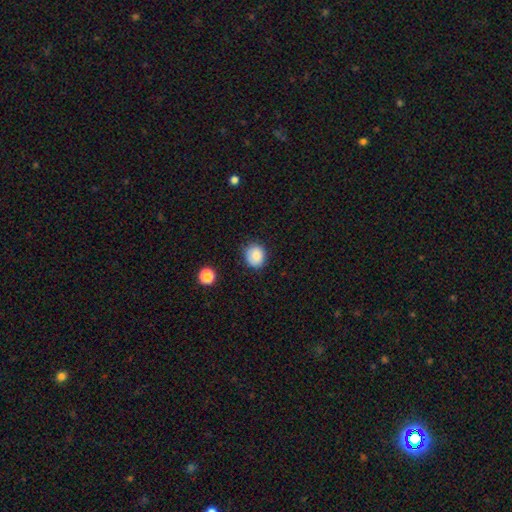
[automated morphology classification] smooth_or_featured: smooth (p=0.84) [alt: star or artifact p=0.09]
how_rounded: round (p=0.72) [alt: in between p=0.27]
merging: none (p=0.82) [alt: minor disturbance p=0.14]